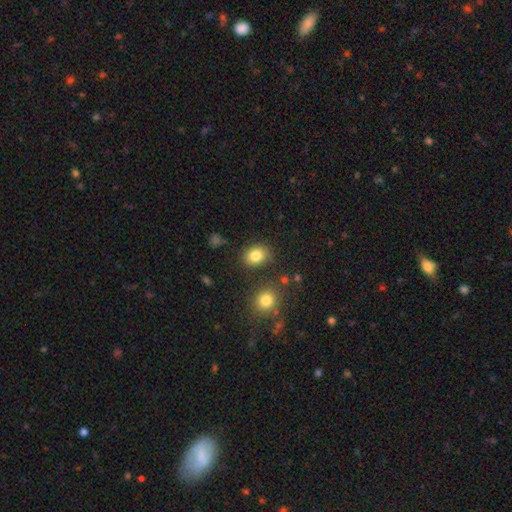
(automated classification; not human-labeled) Q: Smooth or featured?
A: smooth (83%); runner-up: star or artifact (10%)
Q: How rounded?
A: in between (56%); runner-up: round (43%)
Q: Merging?
A: none (78%); runner-up: minor disturbance (14%)